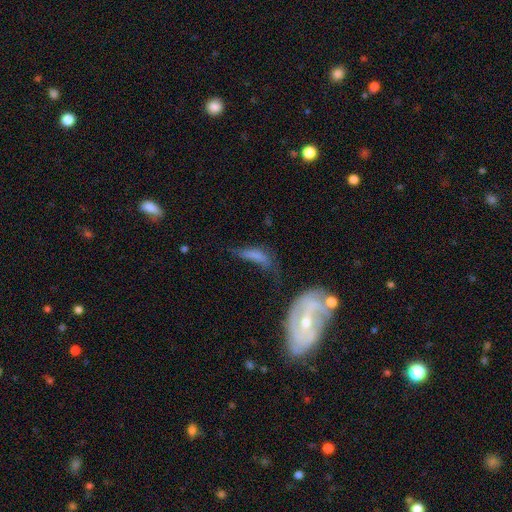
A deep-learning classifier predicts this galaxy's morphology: This is possibly a smooth galaxy (56%). How rounded: possibly in between (48%). Merging: marginally major disturbance (35%).